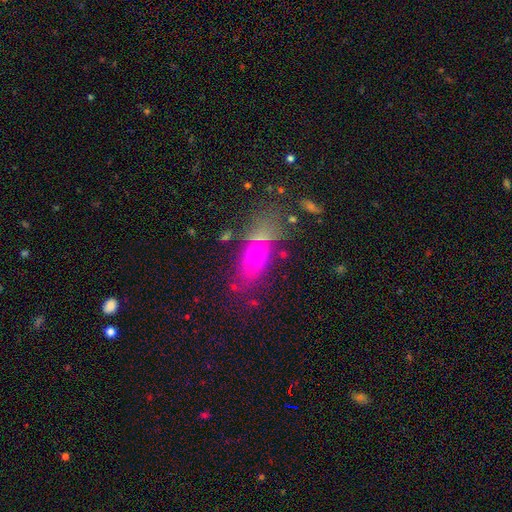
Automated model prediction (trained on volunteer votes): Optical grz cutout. It shows a smooth galaxy with no disk features (64%) that is in between round and cigar-shaped (77%). Merging: none (66%).